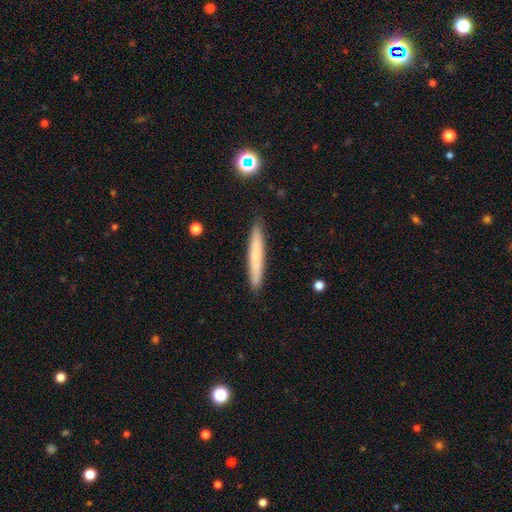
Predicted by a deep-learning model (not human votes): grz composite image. It shows a smooth galaxy with no disk features (69%) that is cigar-shaped (96%). Merging: none (90%).